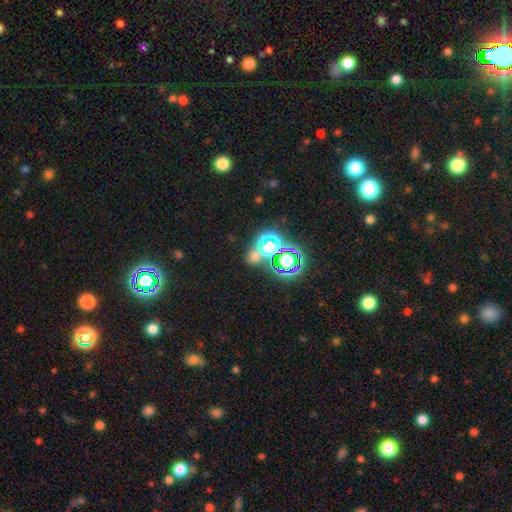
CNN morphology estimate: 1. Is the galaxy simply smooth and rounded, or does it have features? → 49% star or artifact, 42% smooth, 8% featured or disk.